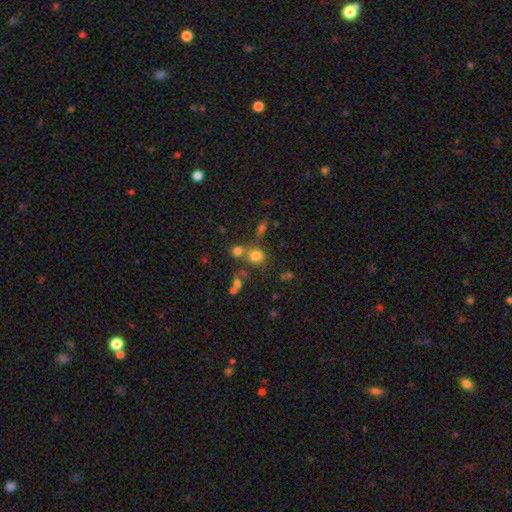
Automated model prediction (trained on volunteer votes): This is likely a smooth galaxy (74%). How rounded: likely round (71%). Merging: possibly none (52%).